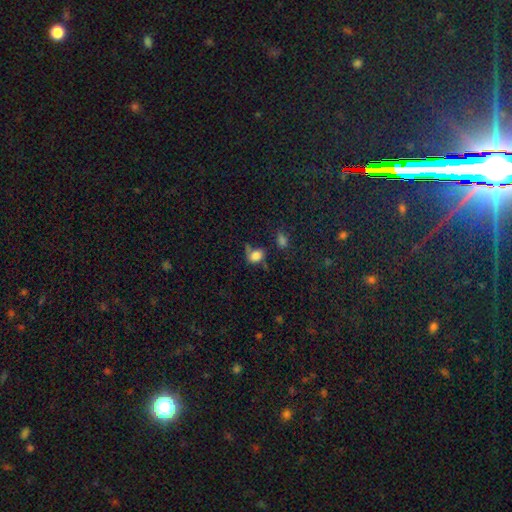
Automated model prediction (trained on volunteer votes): This appears to be a smooth galaxy with no disk features (77%) that is in between round and cigar-shaped (61%). Merging: none (46%).